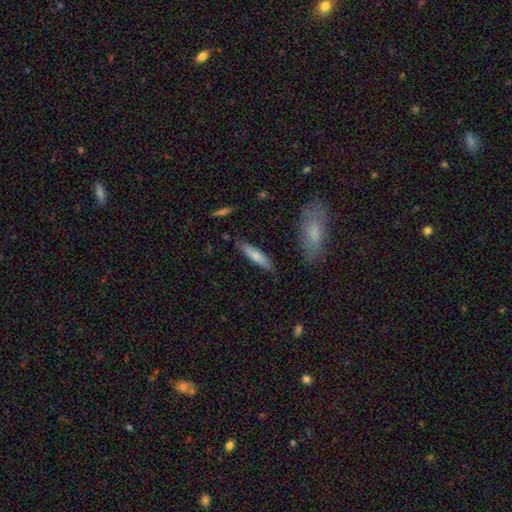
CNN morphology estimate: Q: Smooth or featured?
A: smooth (72%); runner-up: featured or disk (22%)
Q: How rounded?
A: cigar-shaped (78%); runner-up: in between (21%)
Q: Merging?
A: none (83%); runner-up: minor disturbance (12%)